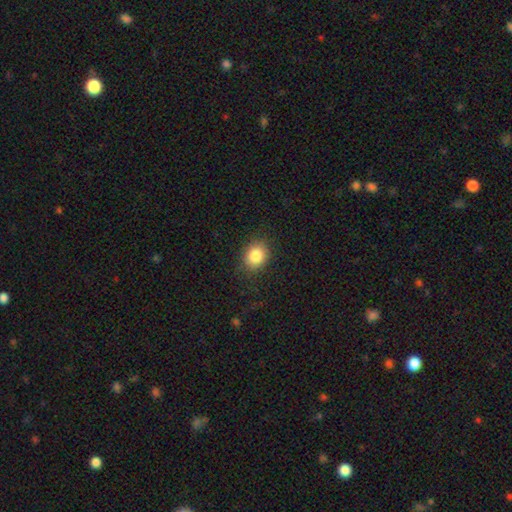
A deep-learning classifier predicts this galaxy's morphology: smooth 85%, star or artifact 9%, featured or disk 6%. Down the decision tree: how rounded — round (57%); merging — none (85%).